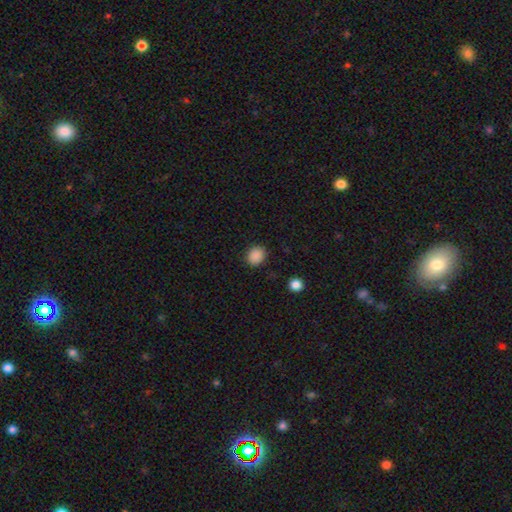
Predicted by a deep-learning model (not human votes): Morphology: type=smooth (88%); roundness=round (71%); merging=none (88%).